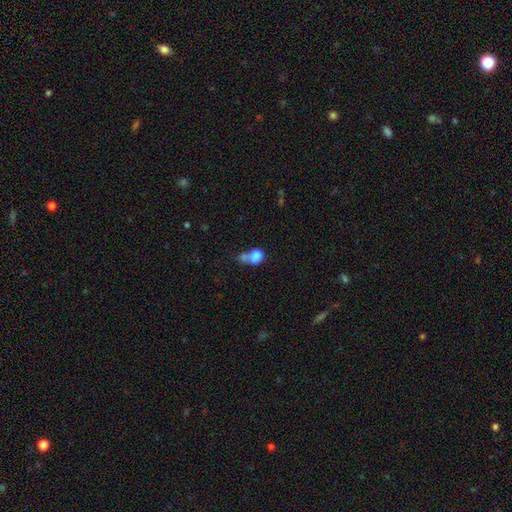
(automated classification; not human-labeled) Morphology: type=smooth (80%); roundness=round (52%); merging=merger (55%).